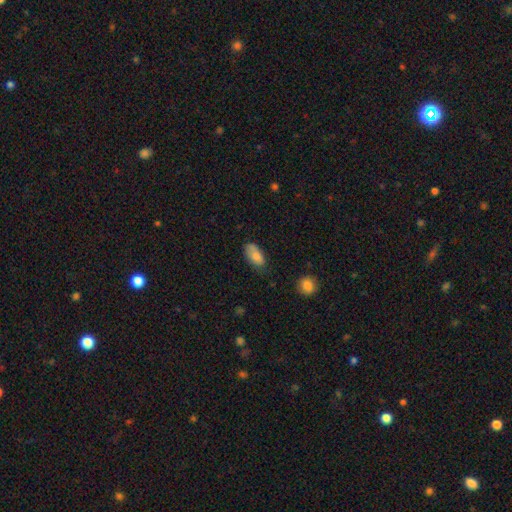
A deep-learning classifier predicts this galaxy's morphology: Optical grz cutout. It shows a smooth galaxy with no disk features (80%) that is in between round and cigar-shaped (92%). Merging: none (62%).